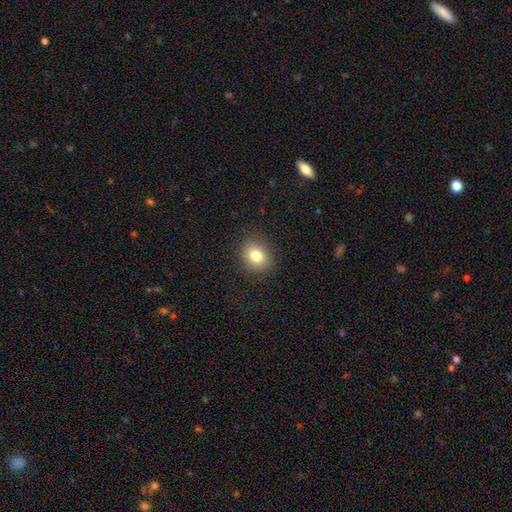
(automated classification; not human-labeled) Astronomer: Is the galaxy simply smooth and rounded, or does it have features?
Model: smooth — 80%.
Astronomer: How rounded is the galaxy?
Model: round — 60% (runner-up: in between, 39%).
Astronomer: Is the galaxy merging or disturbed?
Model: none — 88%.